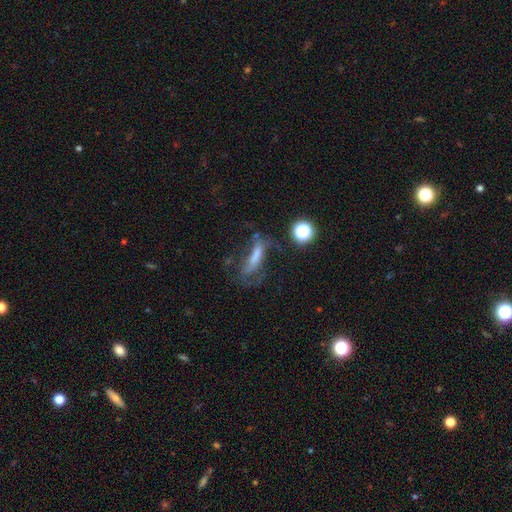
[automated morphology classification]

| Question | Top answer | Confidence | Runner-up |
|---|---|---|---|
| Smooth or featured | featured or disk | 42% | smooth (38%) |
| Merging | none | 41% | major disturbance (31%) |